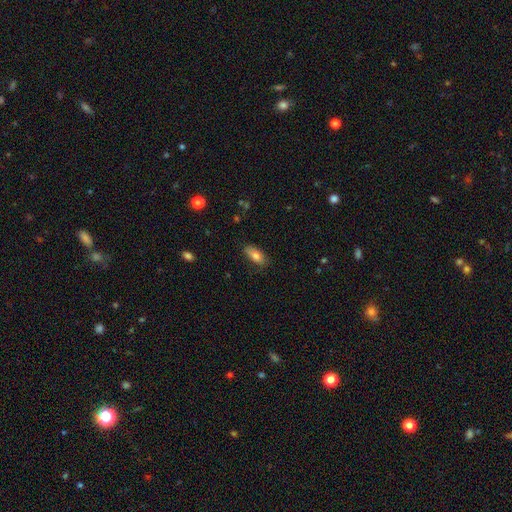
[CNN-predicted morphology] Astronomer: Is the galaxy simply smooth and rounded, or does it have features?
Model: smooth — 78%.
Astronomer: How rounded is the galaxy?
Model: in between — 85%.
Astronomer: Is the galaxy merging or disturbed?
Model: none — 80%.